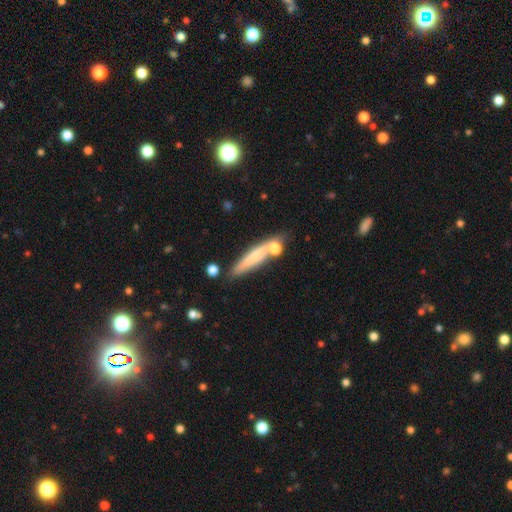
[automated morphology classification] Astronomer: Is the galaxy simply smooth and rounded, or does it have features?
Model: smooth — 63%.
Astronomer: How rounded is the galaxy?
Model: cigar-shaped — 89%.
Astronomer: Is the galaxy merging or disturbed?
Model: none — 69%.